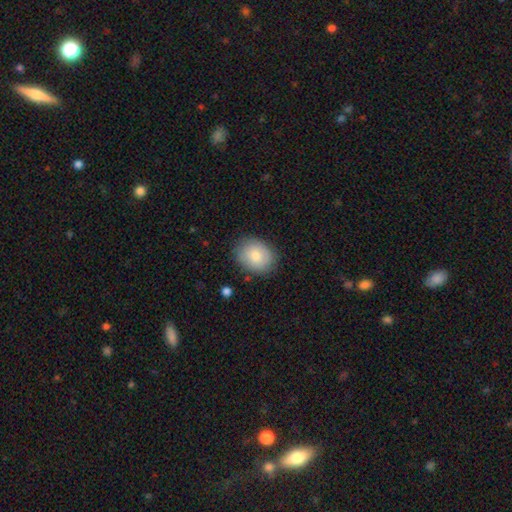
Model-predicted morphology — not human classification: Smooth or featured: smooth — 78% (featured or disk — 15%)
How rounded: in between — 54% (round — 45%)
Merging: none — 84% (minor disturbance — 12%)